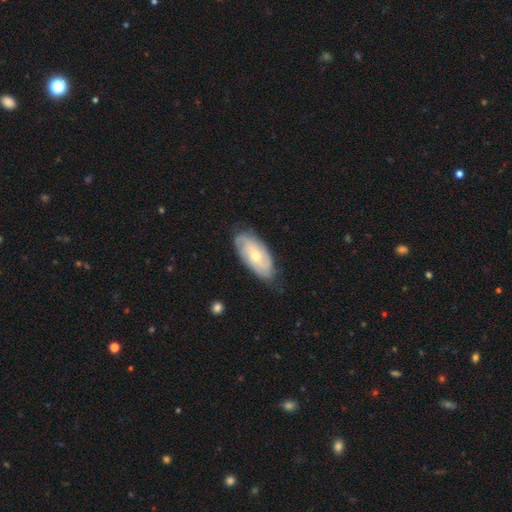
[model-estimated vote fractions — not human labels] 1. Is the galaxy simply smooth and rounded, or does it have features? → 61% featured or disk, 33% smooth, 6% star or artifact.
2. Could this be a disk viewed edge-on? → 91% no, 9% yes.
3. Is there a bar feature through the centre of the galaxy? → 74% no, 22% weak, 4% strong.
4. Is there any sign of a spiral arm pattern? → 84% yes, 16% no.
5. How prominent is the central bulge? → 50% small, 47% moderate, 2% large, 1% none, 1% dominant.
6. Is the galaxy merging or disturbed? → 75% none, 20% minor disturbance, 4% major disturbance, 1% merger.